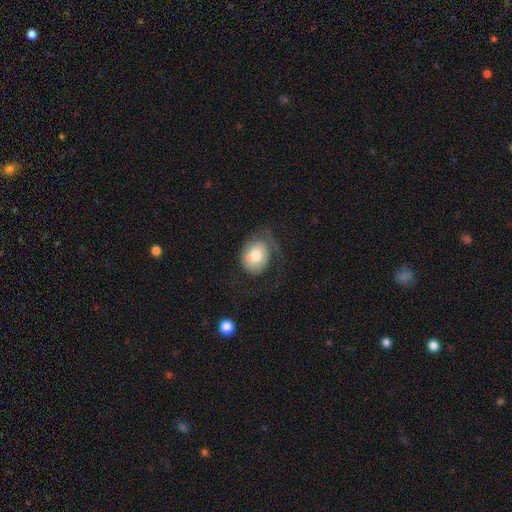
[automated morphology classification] smooth_or_featured: smooth (p=0.64) [alt: featured or disk p=0.28]
how_rounded: round (p=0.56) [alt: in between p=0.43]
merging: none (p=0.42) [alt: major disturbance p=0.28]